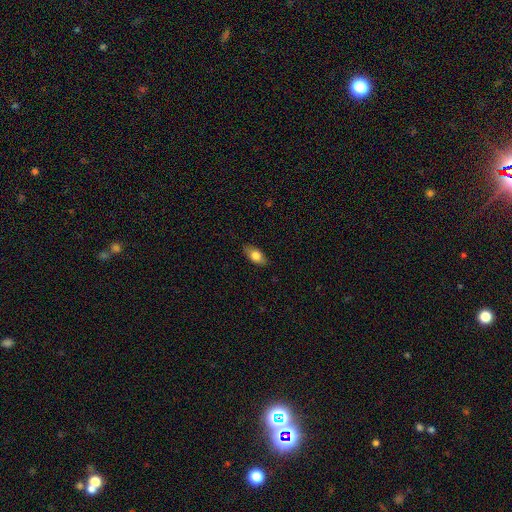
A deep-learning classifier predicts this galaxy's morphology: This appears to be a smooth galaxy with no disk features (77%) that is in between round and cigar-shaped (89%). Merging: none (84%).